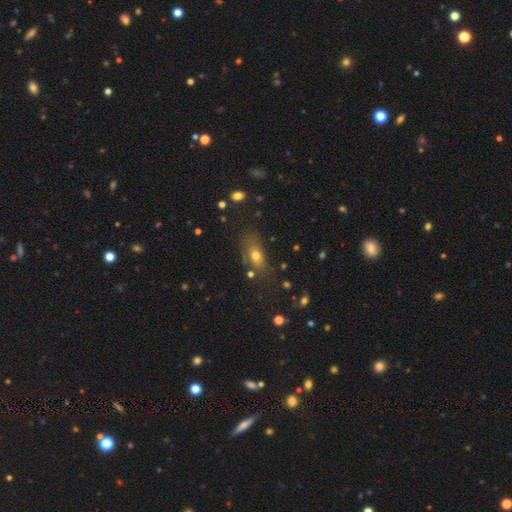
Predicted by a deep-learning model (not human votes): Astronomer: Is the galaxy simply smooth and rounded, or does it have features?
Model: smooth — 67%.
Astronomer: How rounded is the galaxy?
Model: in between — 74%.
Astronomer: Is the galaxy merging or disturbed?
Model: none — 64%.